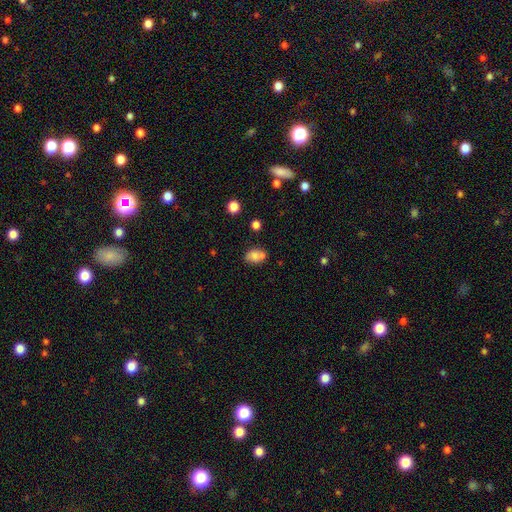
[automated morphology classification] Q: Smooth or featured?
A: smooth (73%); runner-up: featured or disk (16%)
Q: How rounded?
A: in between (73%); runner-up: round (26%)
Q: Merging?
A: none (52%); runner-up: merger (27%)